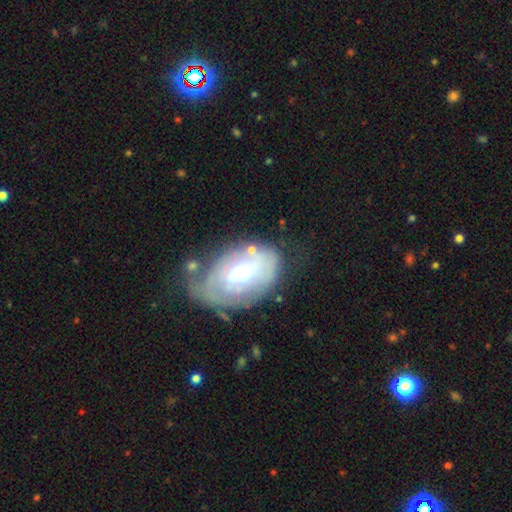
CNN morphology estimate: type=featured or disk (57%); edge-on=no (94%); bar=no (57%); spiral arms=yes (50%, tied with no); bulge=moderate (55%); merging=none (40%).